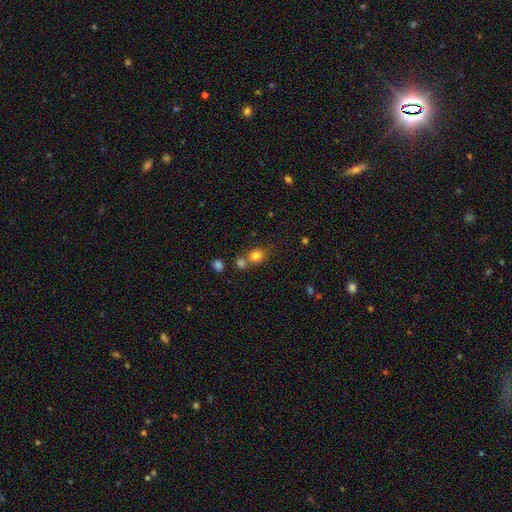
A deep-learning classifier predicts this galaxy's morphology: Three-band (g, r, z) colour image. It shows a smooth galaxy with no disk features (80%) that is round (78%). Merging: none (55%).